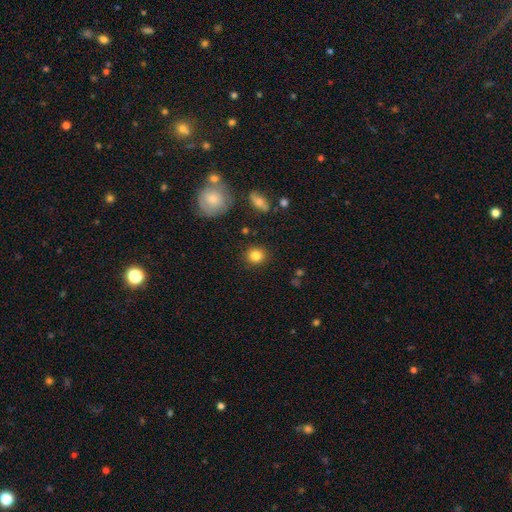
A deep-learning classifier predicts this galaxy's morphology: This is clearly a smooth galaxy (83%). How rounded: clearly round (85%). Merging: clearly none (88%).